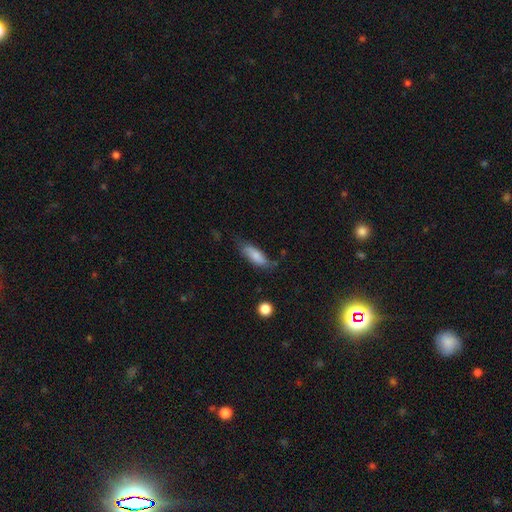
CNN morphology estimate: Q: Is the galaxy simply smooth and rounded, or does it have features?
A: smooth — 76%.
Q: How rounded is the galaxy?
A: in between — 66%.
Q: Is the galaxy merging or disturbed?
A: none — 59%.